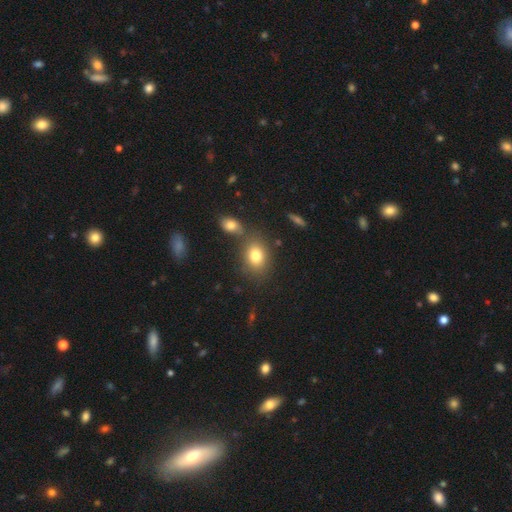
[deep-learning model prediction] smooth_or_featured: smooth (p=0.79) [alt: star or artifact p=0.10]
how_rounded: in between (p=0.64) [alt: round p=0.35]
merging: none (p=0.66) [alt: merger p=0.17]